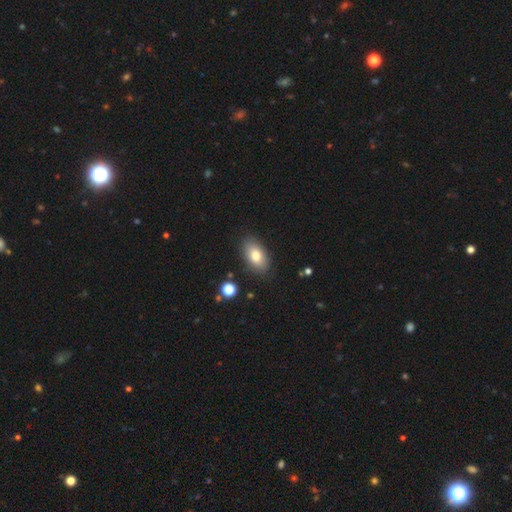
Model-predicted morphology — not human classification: smooth_or_featured: smooth (p=0.79) [alt: featured or disk p=0.13]
how_rounded: in between (p=0.92) [alt: round p=0.06]
merging: none (p=0.85) [alt: minor disturbance p=0.11]